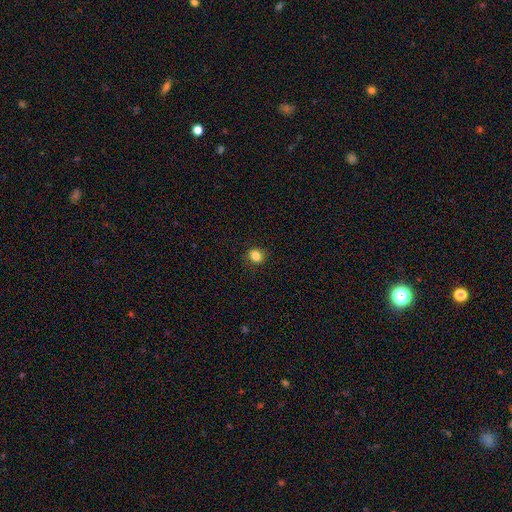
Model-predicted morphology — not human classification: This is clearly a smooth galaxy (83%). How rounded: likely round (74%). Merging: clearly none (88%).